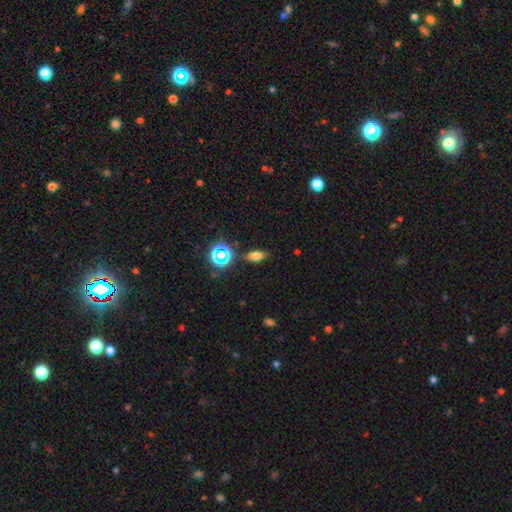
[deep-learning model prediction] Smooth or featured?
  - smooth: 65% *
  - star or artifact: 20%
  - featured or disk: 15%
How rounded?
  - in between: 76% *
  - round: 12%
  - cigar-shaped: 12%
Merging?
  - none: 82% *
  - minor disturbance: 12%
  - major disturbance: 3%
  - merger: 3%